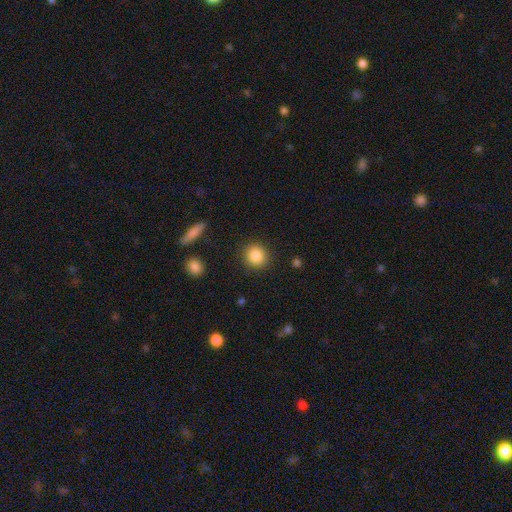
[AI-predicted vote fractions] smooth-or-featured: smooth: 86% | star or artifact: 9% | featured or disk: 5%
  how-rounded: round: 87% | in between: 11% | cigar-shaped: 1%
  merging: none: 89% | minor disturbance: 7% | major disturbance: 2% | merger: 1%